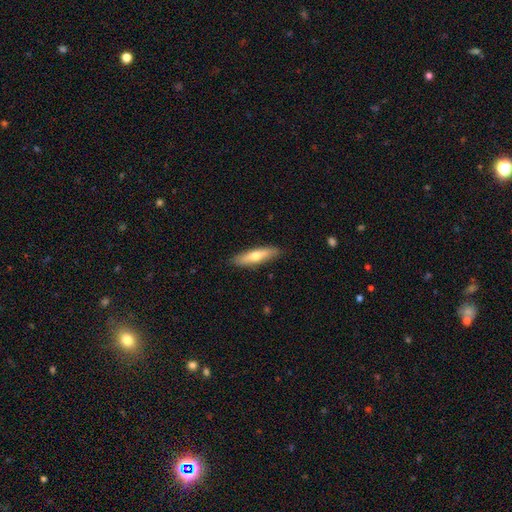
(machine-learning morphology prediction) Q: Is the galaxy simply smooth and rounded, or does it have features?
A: smooth — 58%.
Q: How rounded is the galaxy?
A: cigar-shaped — 70%.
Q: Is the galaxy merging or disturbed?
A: none — 88%.